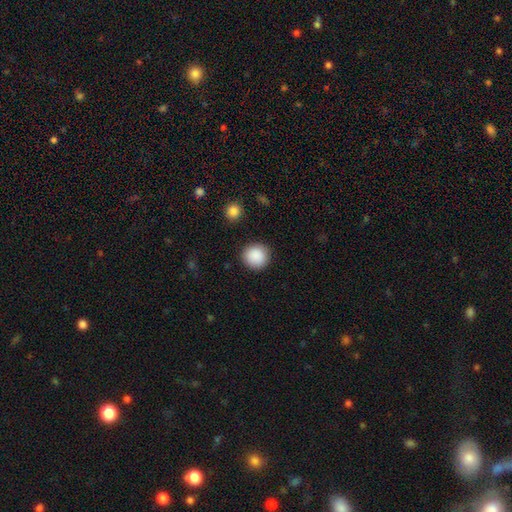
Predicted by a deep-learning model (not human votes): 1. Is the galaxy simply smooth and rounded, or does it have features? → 89% smooth, 8% star or artifact, 3% featured or disk.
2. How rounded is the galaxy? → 92% round, 7% in between, 1% cigar-shaped.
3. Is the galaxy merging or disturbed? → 90% none, 7% minor disturbance, 2% major disturbance, 1% merger.